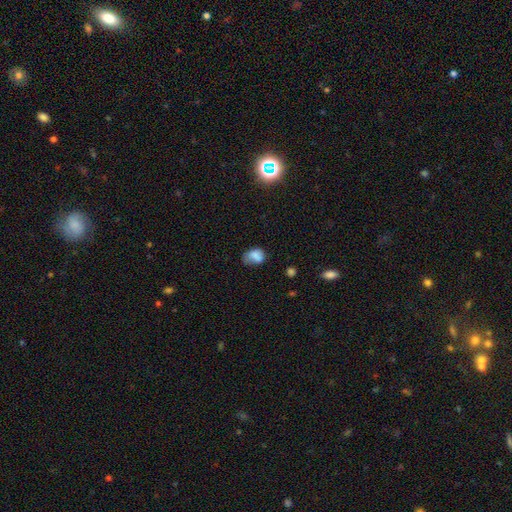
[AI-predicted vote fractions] Overall: smooth (77%). How rounded: in between (67%; round 32%). Merging: minor disturbance (38%; none 36%).